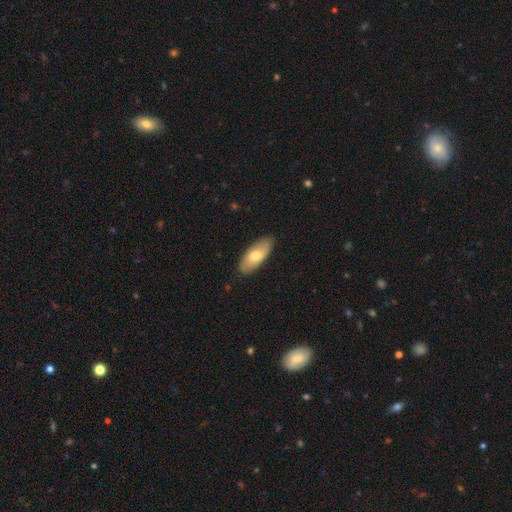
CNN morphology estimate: smooth_or_featured: smooth (p=0.71) [alt: featured or disk p=0.24]
how_rounded: in between (p=0.83) [alt: cigar-shaped p=0.14]
merging: none (p=0.87) [alt: minor disturbance p=0.10]